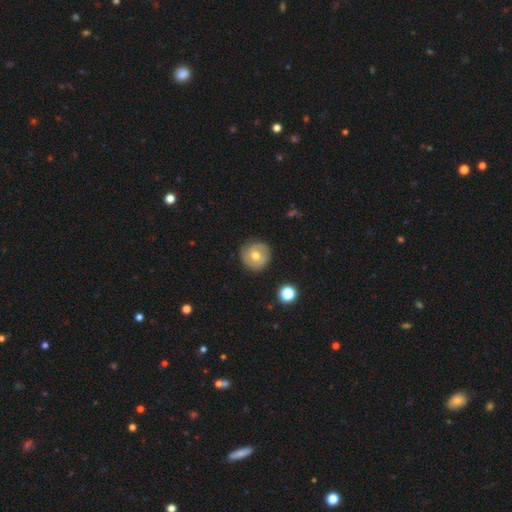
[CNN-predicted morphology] This appears to be a smooth galaxy with no disk features (55%) that is round (93%). Merging: none (85%).